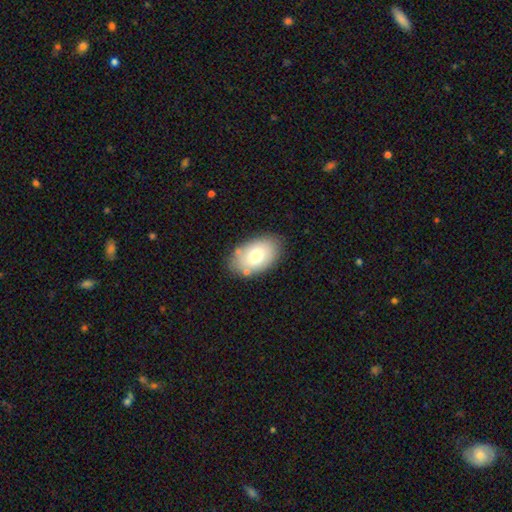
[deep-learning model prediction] This is likely a smooth galaxy (73%). How rounded: clearly in between (90%). Merging: likely none (78%).